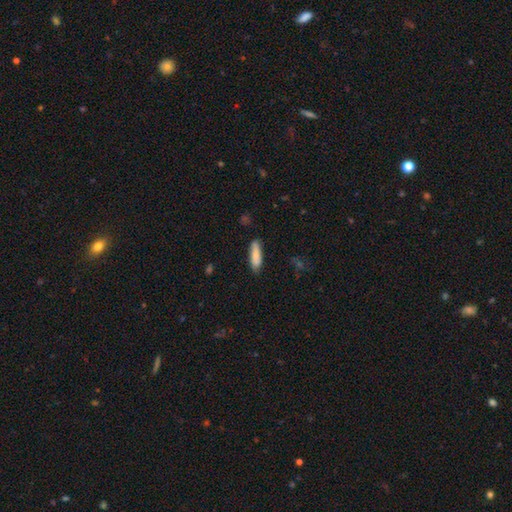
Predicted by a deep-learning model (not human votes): Smooth or featured? smooth (82%)
How rounded? cigar-shaped (58%)
Merging? none (81%)